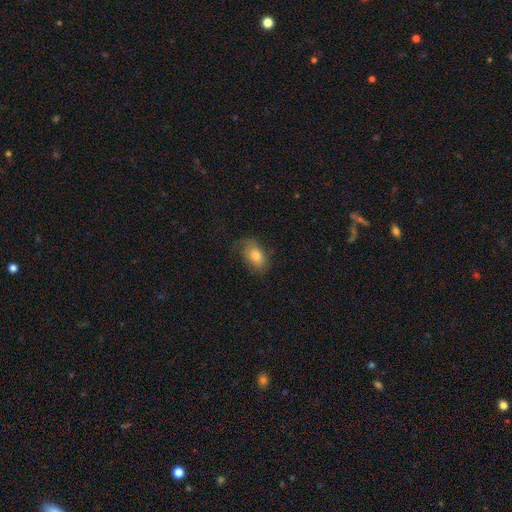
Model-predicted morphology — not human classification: smooth 76%, featured or disk 16%, star or artifact 8%. Down the decision tree: how rounded — in between (89%); merging — none (64%).